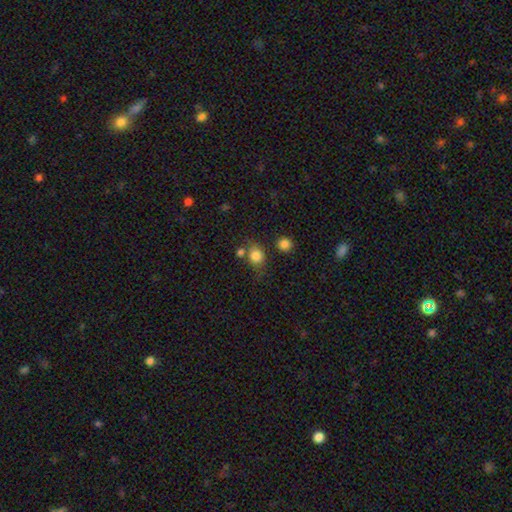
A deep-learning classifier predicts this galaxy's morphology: Smooth or featured?
  - smooth: 82% *
  - star or artifact: 11%
  - featured or disk: 7%
How rounded?
  - round: 70% *
  - in between: 29%
  - cigar-shaped: 1%
Merging?
  - none: 61% *
  - merger: 17%
  - minor disturbance: 16%
  - major disturbance: 6%